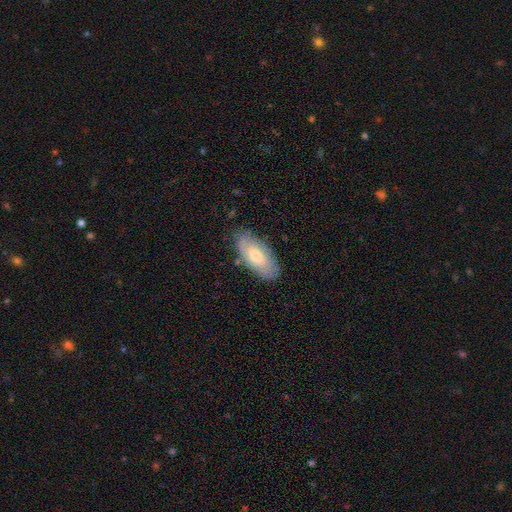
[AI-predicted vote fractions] smooth 56%, featured or disk 38%, star or artifact 6%. Down the decision tree: how rounded — in between (90%); merging — none (77%).